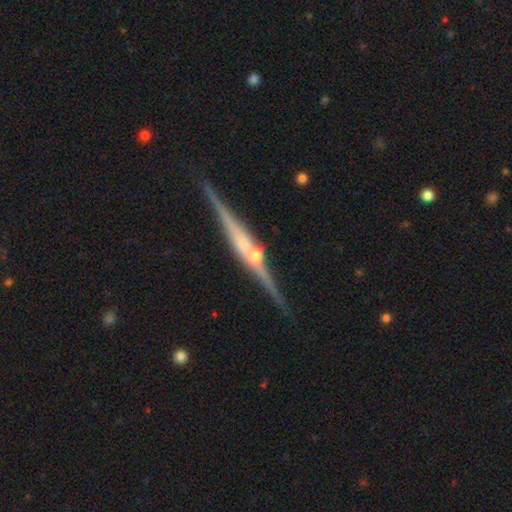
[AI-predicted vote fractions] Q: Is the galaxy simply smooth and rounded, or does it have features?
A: featured or disk — 86%.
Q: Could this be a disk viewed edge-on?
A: yes — 98%.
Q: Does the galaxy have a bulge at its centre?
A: rounded — 69%.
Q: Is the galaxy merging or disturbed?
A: none — 87%.